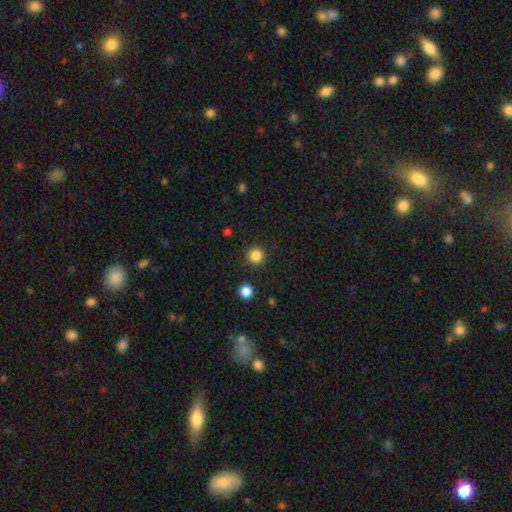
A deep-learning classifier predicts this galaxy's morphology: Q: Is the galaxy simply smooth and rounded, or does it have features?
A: smooth — 84%.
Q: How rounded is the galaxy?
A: round — 95%.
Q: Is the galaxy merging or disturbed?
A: none — 91%.